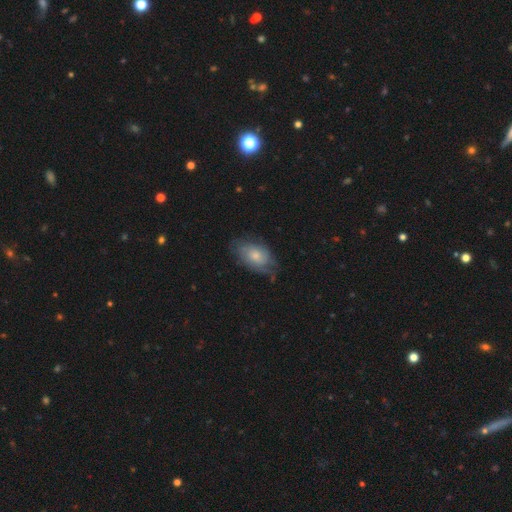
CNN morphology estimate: Smooth or featured: smooth — 48% (featured or disk — 45%)
Merging: none — 58% (minor disturbance — 29%)